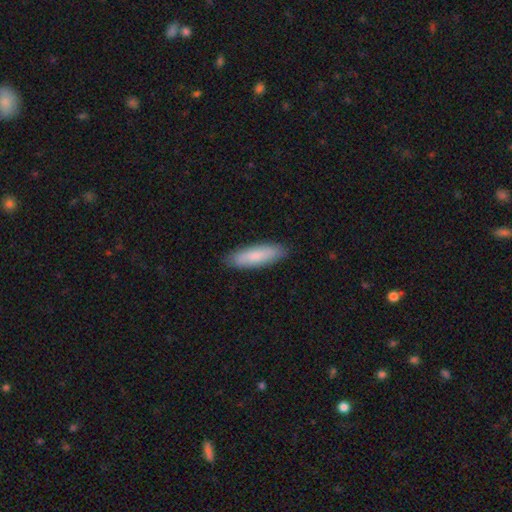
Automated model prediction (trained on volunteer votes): Smooth or featured? Predicted: smooth (p=0.81). How rounded? Predicted: cigar-shaped (p=0.57). Merging? Predicted: none (p=0.88).